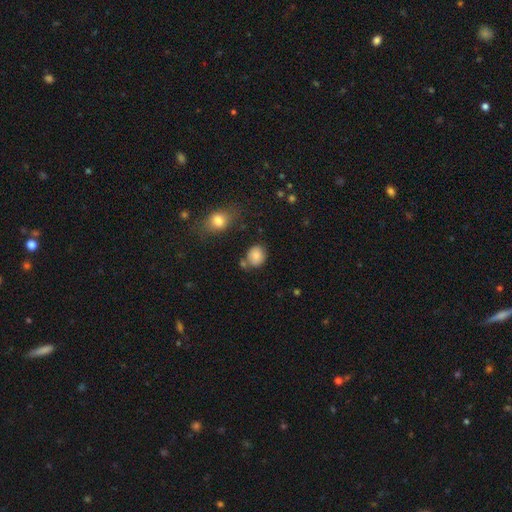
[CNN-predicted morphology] A smooth galaxy with no disk features (82%) that is round (64%). Merging: none (67%).